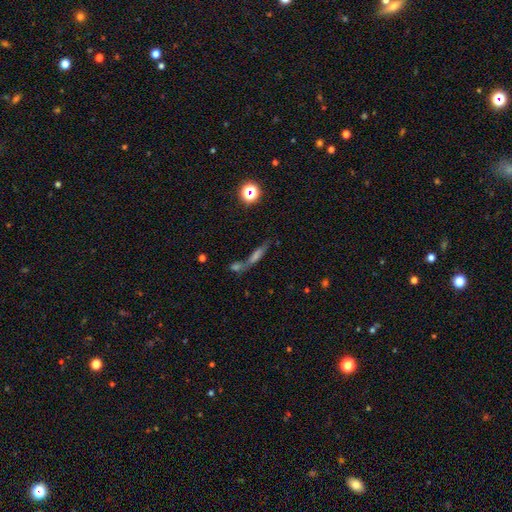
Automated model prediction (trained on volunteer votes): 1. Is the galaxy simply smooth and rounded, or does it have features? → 45% smooth, 30% featured or disk, 25% star or artifact.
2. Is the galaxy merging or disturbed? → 43% merger, 37% none, 10% minor disturbance, 9% major disturbance.